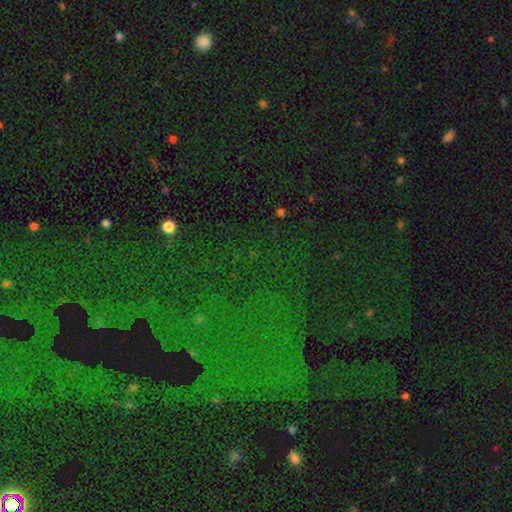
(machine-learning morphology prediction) Q: Smooth or featured?
A: star or artifact (79%); runner-up: featured or disk (11%)